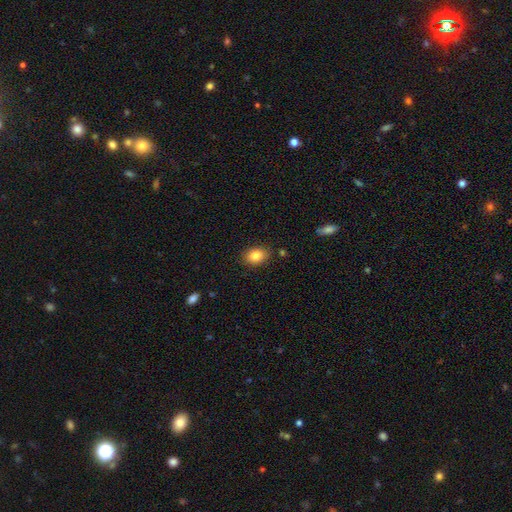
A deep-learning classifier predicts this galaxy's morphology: type=smooth (84%); roundness=in between (75%); merging=none (85%).